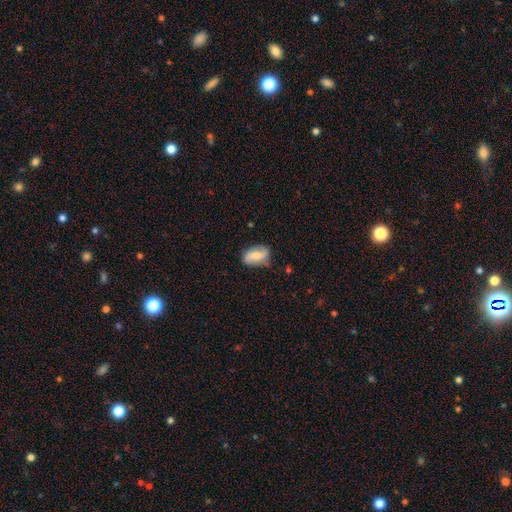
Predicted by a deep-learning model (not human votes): Smooth or featured: smooth — 50% (featured or disk — 42%)
How rounded: in between — 87% (round — 8%)
Merging: none — 72% (minor disturbance — 21%)